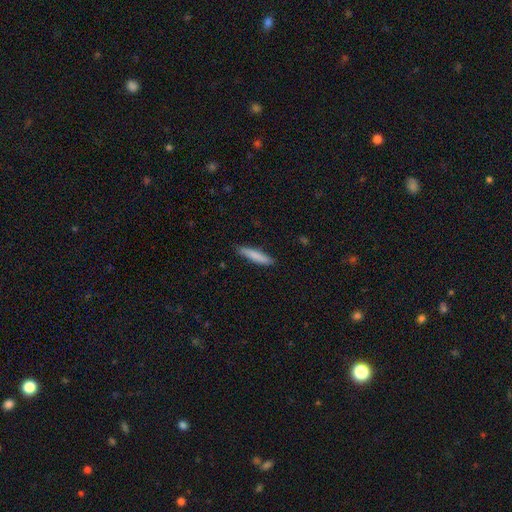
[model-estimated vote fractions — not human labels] A smooth galaxy with no disk features (82%) that is cigar-shaped (88%). Merging: none (87%).